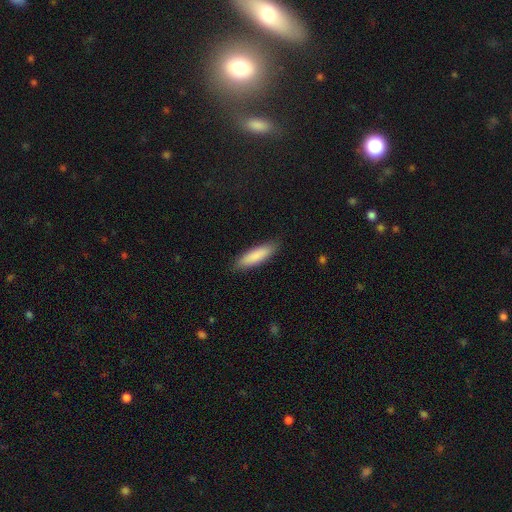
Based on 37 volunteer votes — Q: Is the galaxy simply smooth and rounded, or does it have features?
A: smooth — 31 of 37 (84%).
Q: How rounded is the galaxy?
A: cigar-shaped — 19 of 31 (61%).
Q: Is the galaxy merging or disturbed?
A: none — 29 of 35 (83%).